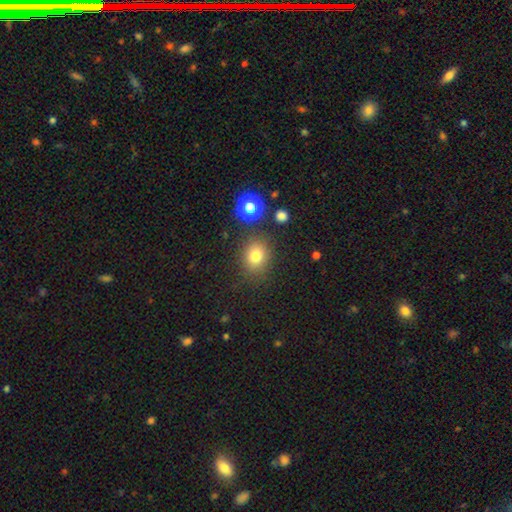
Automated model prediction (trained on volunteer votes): smooth 78%, star or artifact 14%, featured or disk 8%. Down the decision tree: how rounded — round (64%); merging — none (81%).